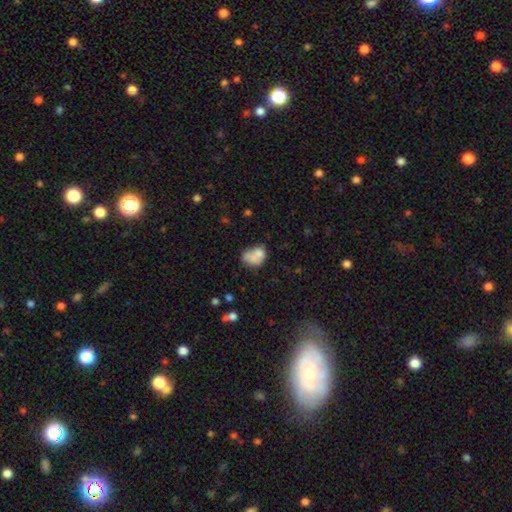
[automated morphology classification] smooth 65%, featured or disk 25%, star or artifact 10%. Down the decision tree: how rounded — in between (61%); merging — merger (37%).